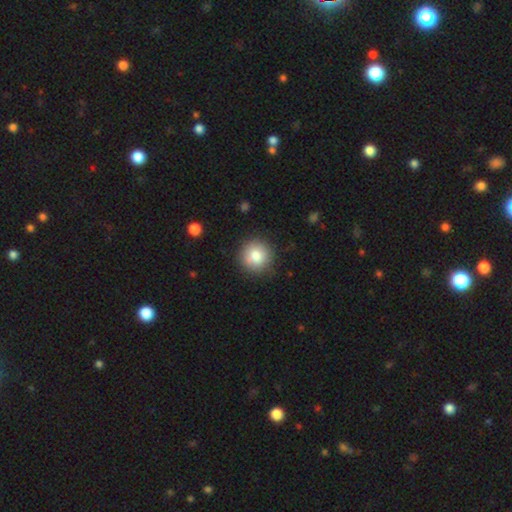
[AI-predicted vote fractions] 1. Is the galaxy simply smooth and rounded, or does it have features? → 83% smooth, 9% star or artifact, 9% featured or disk.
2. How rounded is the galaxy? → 92% round, 7% in between, 1% cigar-shaped.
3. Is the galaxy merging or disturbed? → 86% none, 10% minor disturbance, 3% major disturbance, 2% merger.